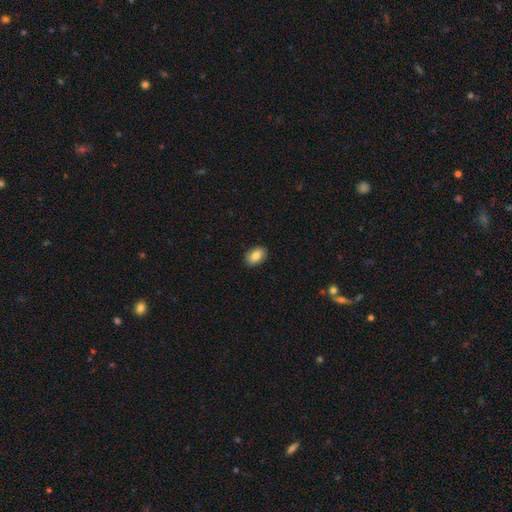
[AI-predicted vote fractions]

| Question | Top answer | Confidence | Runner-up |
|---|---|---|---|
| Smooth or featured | smooth | 82% | featured or disk (11%) |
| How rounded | in between | 84% | round (14%) |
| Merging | none | 88% | minor disturbance (9%) |